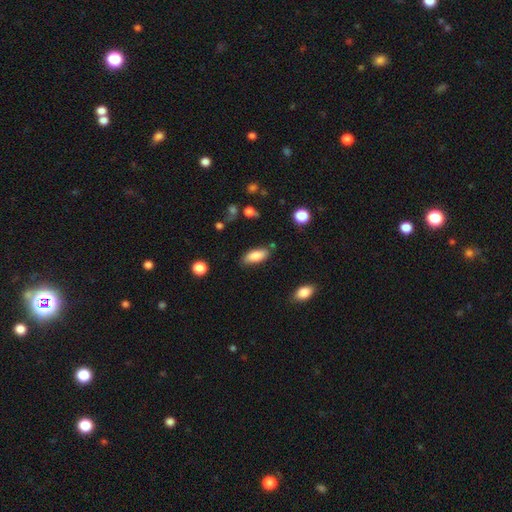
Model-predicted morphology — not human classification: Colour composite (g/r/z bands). It shows a smooth galaxy with no disk features (84%) that is in between round and cigar-shaped (82%). Merging: none (78%).